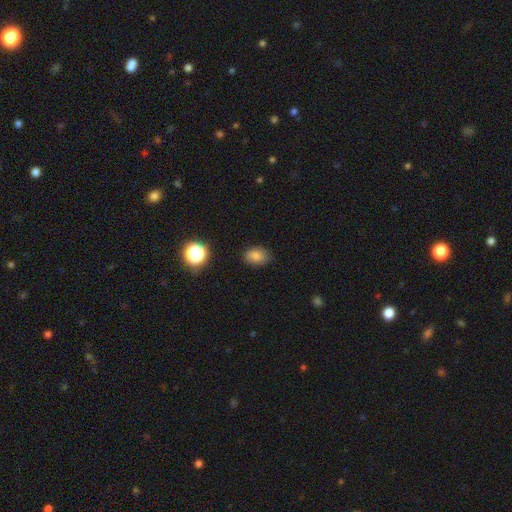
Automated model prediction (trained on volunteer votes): Overall: smooth (81%). How rounded: in between (70%). Merging: none (81%).